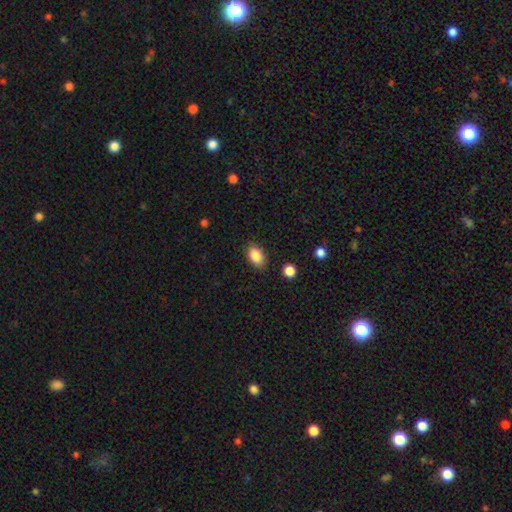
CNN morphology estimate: This is clearly a smooth galaxy (88%). How rounded: clearly in between (91%). Merging: clearly none (87%).